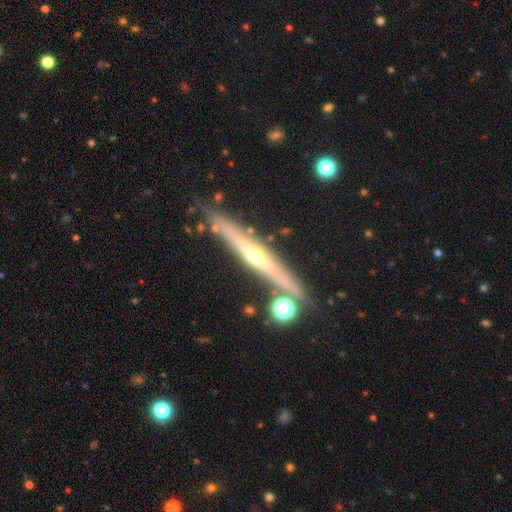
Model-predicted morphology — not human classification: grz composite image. It shows a featured or disk galaxy (76%) viewed edge-on (94%) with a rounded central bulge (78%). Merging: none (80%).